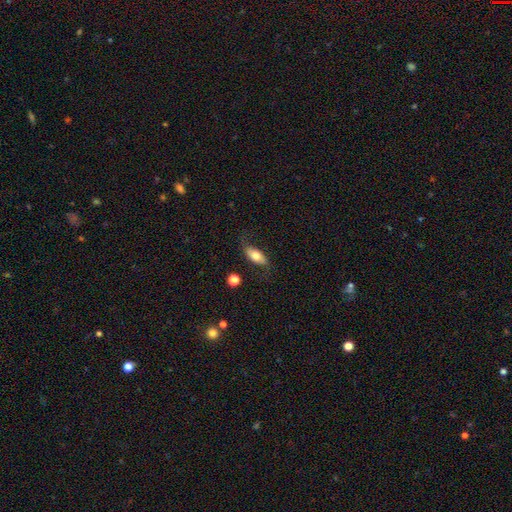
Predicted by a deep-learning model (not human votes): A smooth galaxy with no disk features (60%) that is in between round and cigar-shaped (84%). Merging: none (69%).